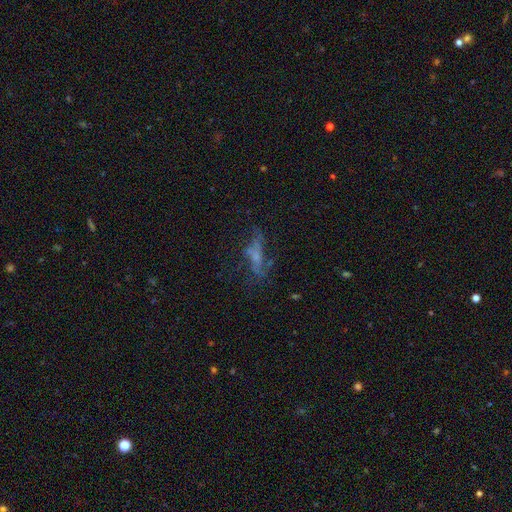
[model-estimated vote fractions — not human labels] A featured or disk galaxy (52%). Merging: none (45%).